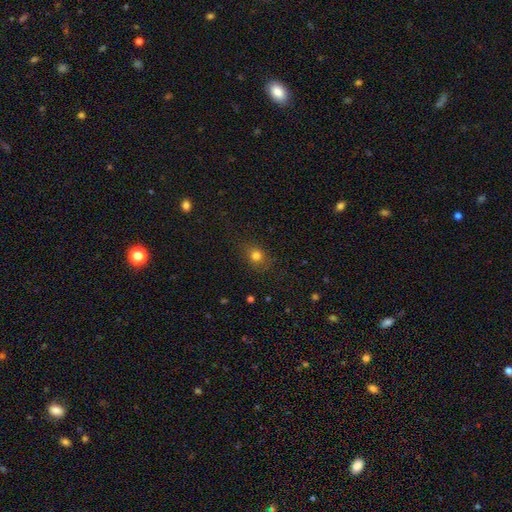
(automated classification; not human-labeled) smooth_or_featured: smooth (p=0.76) [alt: star or artifact p=0.15]
how_rounded: round (p=0.65) [alt: in between p=0.34]
merging: none (p=0.79) [alt: minor disturbance p=0.14]